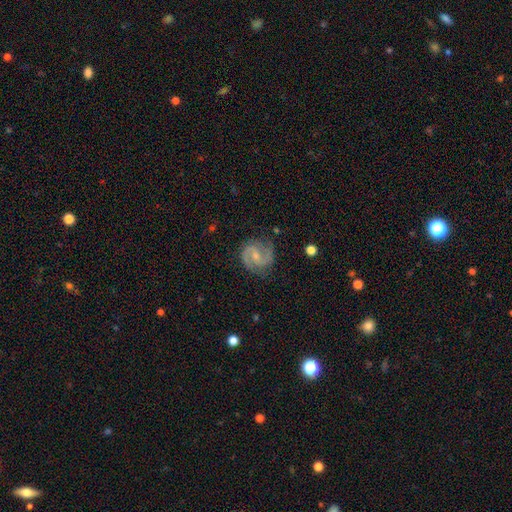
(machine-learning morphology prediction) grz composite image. It shows a featured or disk galaxy (86%) with a weak bar (51%), 2 (91%) medium (56%) spiral arms (97%) and a small central bulge (58%). Merging: none (78%).